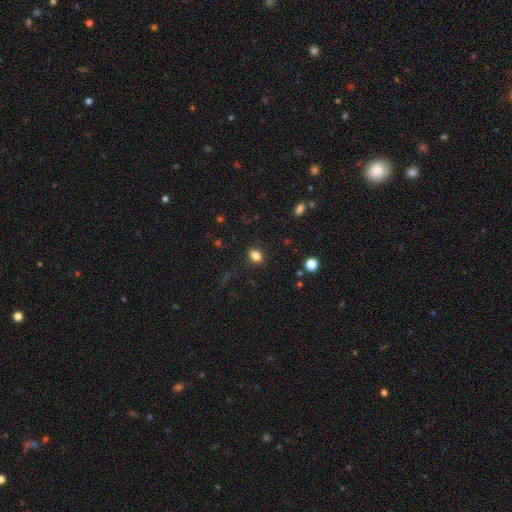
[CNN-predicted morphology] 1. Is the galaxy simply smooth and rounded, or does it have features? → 83% smooth, 11% star or artifact, 6% featured or disk.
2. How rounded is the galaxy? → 75% in between, 24% round, 2% cigar-shaped.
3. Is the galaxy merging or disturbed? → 87% none, 9% minor disturbance, 3% major disturbance, 1% merger.